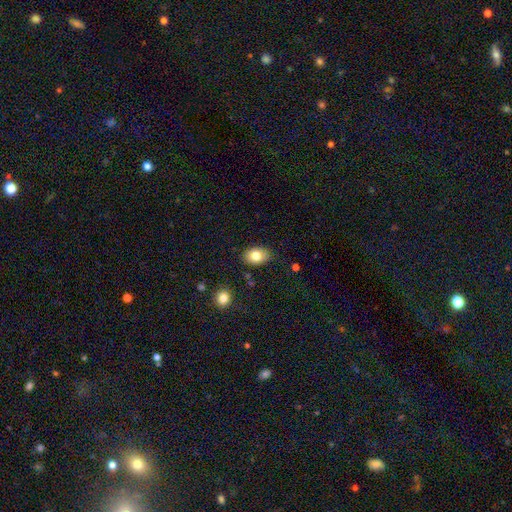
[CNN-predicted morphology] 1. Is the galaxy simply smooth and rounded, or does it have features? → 79% smooth, 12% featured or disk, 8% star or artifact.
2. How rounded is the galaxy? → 79% in between, 20% round, 1% cigar-shaped.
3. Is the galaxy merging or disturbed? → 84% none, 12% minor disturbance, 2% major disturbance, 2% merger.